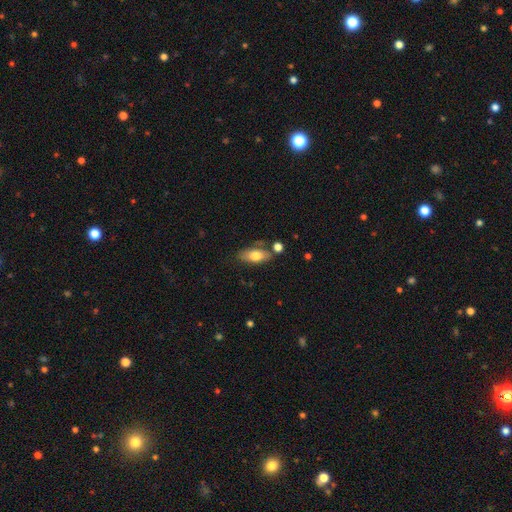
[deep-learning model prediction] Overall: smooth (72%). How rounded: in between (85%). Merging: none (65%).